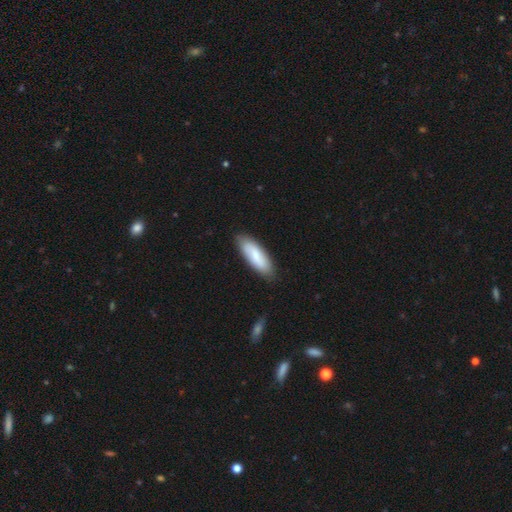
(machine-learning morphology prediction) Smooth or featured? smooth (72%)
How rounded? in between (64%)
Merging? none (83%)